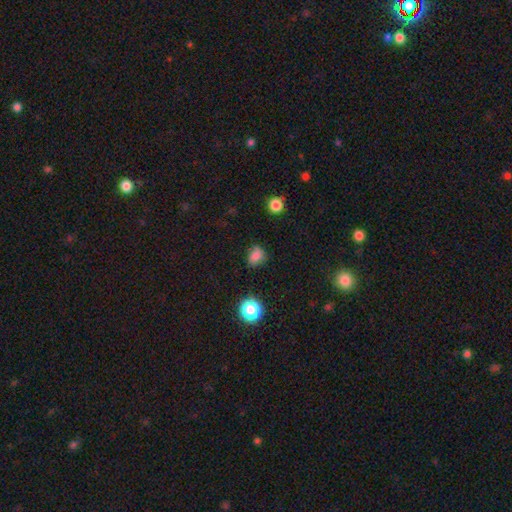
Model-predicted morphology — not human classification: Smooth or featured: smooth — 77% (star or artifact — 15%)
How rounded: in between — 53% (round — 46%)
Merging: none — 65% (minor disturbance — 25%)